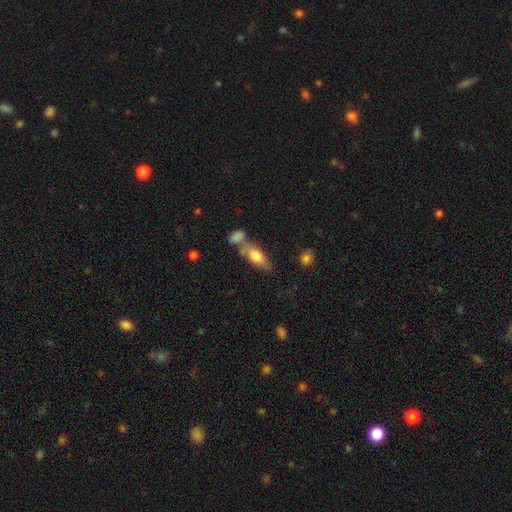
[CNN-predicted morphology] smooth-or-featured: smooth: 74% | featured or disk: 20% | star or artifact: 6%
  how-rounded: in between: 81% | cigar-shaped: 15% | round: 4%
  merging: none: 48% | merger: 29% | minor disturbance: 17% | major disturbance: 6%